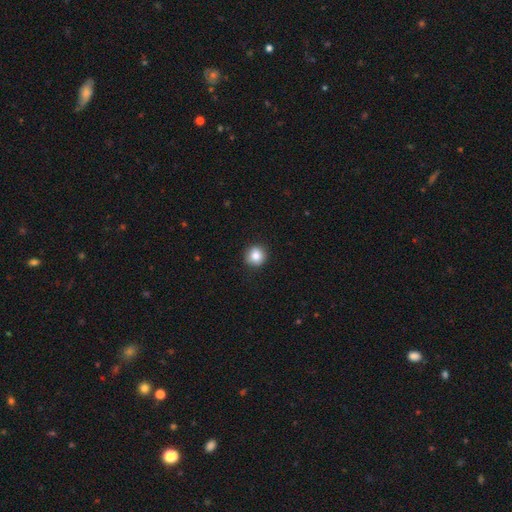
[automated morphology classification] Overall: smooth (86%). How rounded: round (92%). Merging: none (91%).